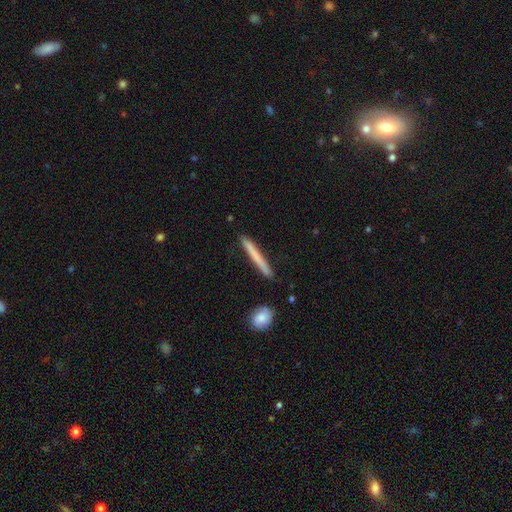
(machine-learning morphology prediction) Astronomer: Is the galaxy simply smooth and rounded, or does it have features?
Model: smooth — 67%.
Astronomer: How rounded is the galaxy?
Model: cigar-shaped — 97%.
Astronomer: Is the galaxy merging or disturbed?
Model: none — 90%.